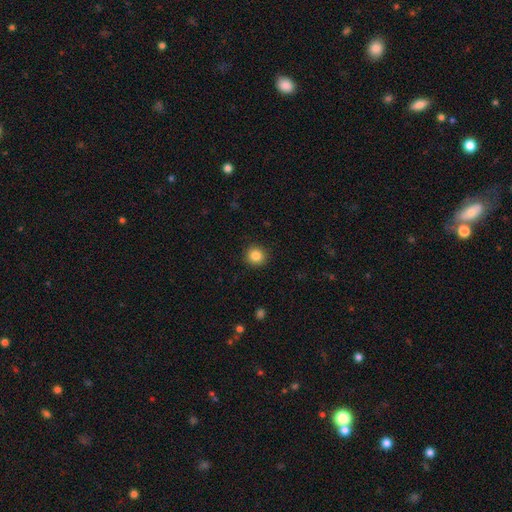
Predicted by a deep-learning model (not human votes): A smooth galaxy with no disk features (85%) that is round (91%). Merging: none (92%).